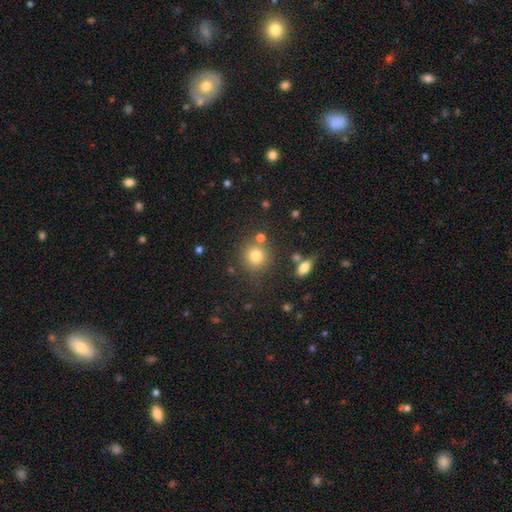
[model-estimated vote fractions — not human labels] Overall: smooth (79%). How rounded: round (90%). Merging: none (77%).